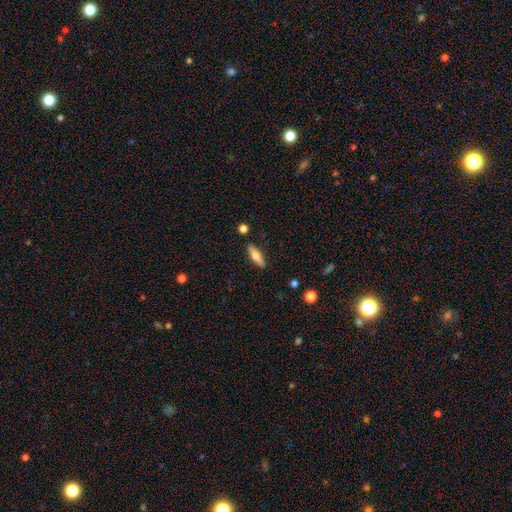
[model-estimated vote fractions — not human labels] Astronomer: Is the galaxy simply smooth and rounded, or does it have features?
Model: smooth — 56% (runner-up: featured or disk, 38%).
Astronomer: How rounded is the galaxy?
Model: cigar-shaped — 60% (runner-up: in between, 38%).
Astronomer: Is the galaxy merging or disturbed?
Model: none — 87%.